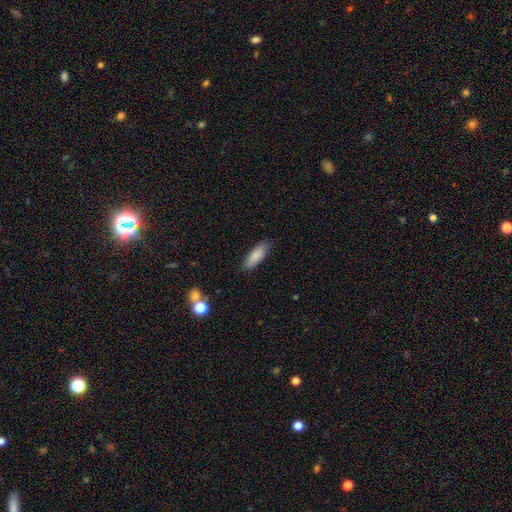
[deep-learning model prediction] This is clearly a smooth galaxy (85%). How rounded: likely in between (63%). Merging: clearly none (85%).